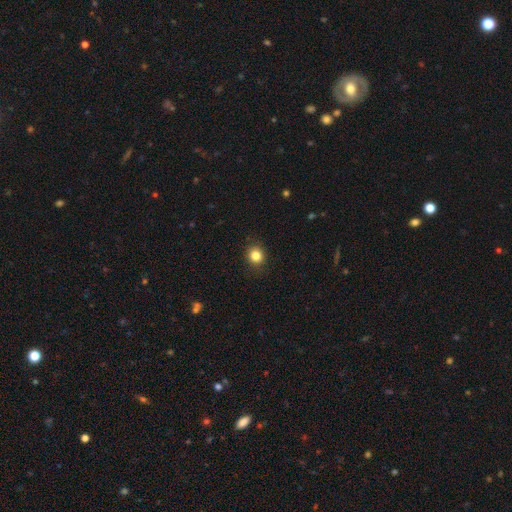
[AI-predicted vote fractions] Smooth or featured? smooth (83%)
How rounded? round (81%)
Merging? none (90%)